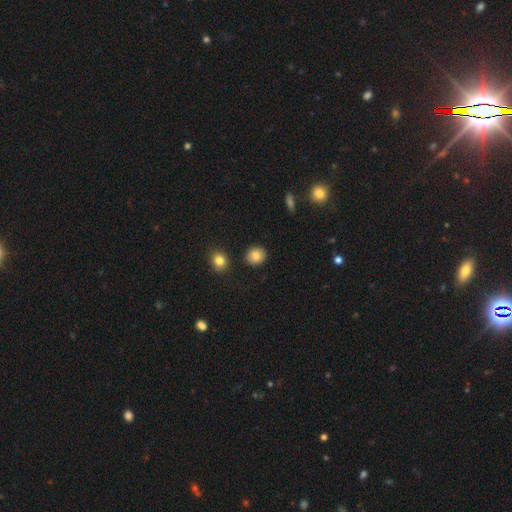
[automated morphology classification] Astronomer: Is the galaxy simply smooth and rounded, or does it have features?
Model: smooth — 85%.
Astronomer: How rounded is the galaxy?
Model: round — 78%.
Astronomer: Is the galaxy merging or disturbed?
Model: none — 89%.